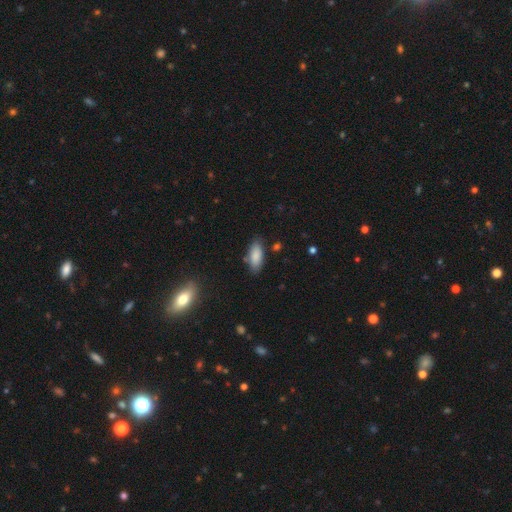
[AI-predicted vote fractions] Smooth or featured? Predicted: smooth (p=0.87). How rounded? Predicted: in between (p=0.83). Merging? Predicted: none (p=0.80).